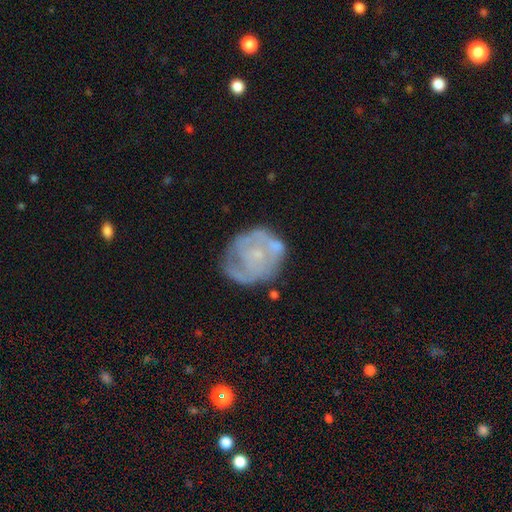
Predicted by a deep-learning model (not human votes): The model was most divided on "spiral arms": yes: 64%, no: 36%. More confident: edge-on disk — no (98%); bar — no (78%); bulge size — small (74%); smooth or featured — featured or disk (67%); merging — none (59%).